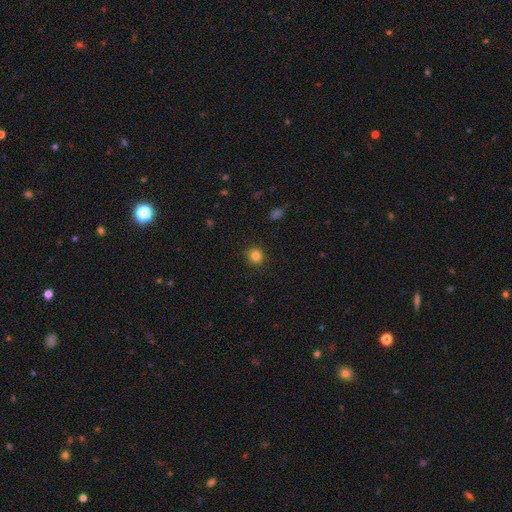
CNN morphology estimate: The model was most divided on "smooth or featured": smooth: 83%, star or artifact: 12%, featured or disk: 5%. More confident: merging — none (89%); how rounded — round (88%).